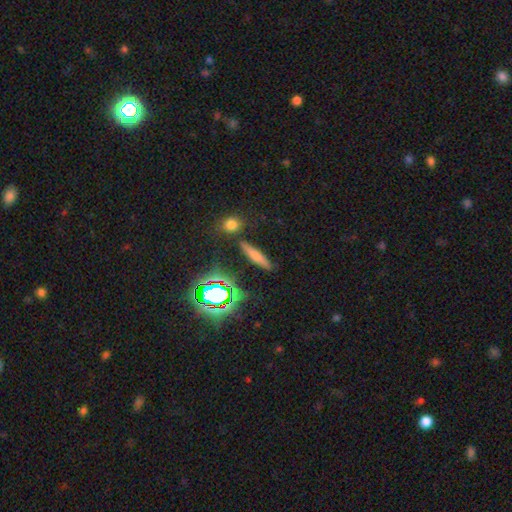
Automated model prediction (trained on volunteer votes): Q: Smooth or featured?
A: smooth (58%); runner-up: featured or disk (24%)
Q: How rounded?
A: cigar-shaped (78%); runner-up: in between (18%)
Q: Merging?
A: none (82%); runner-up: minor disturbance (10%)